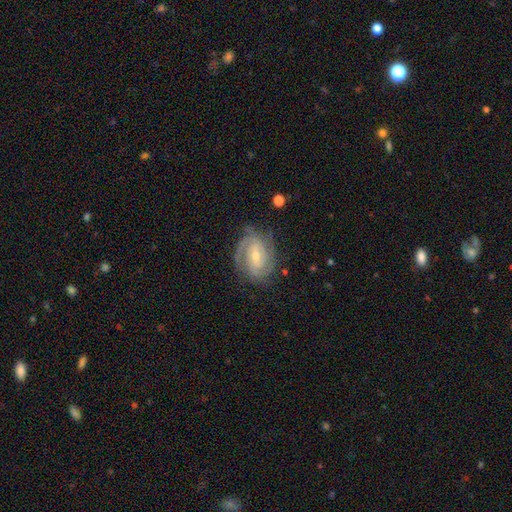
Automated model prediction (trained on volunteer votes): Q: Smooth or featured?
A: featured or disk (86%); runner-up: smooth (8%)
Q: Edge-on disk?
A: no (97%); runner-up: yes (3%)
Q: Bar?
A: weak (50%); runner-up: no (29%)
Q: Spiral arms?
A: yes (96%); runner-up: no (4%)
Q: Spiral winding?
A: tight (63%); runner-up: medium (31%)
Q: Spiral arm count?
A: 2 (40%); runner-up: 3 (25%)
Q: Bulge size?
A: small (52%); runner-up: moderate (44%)
Q: Merging?
A: none (75%); runner-up: minor disturbance (18%)